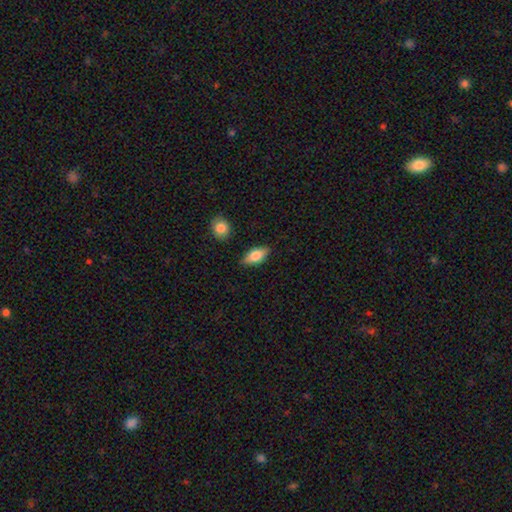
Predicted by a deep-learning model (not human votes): Smooth or featured: smooth — 76% (featured or disk — 17%)
How rounded: in between — 86% (cigar-shaped — 10%)
Merging: none — 84% (minor disturbance — 11%)